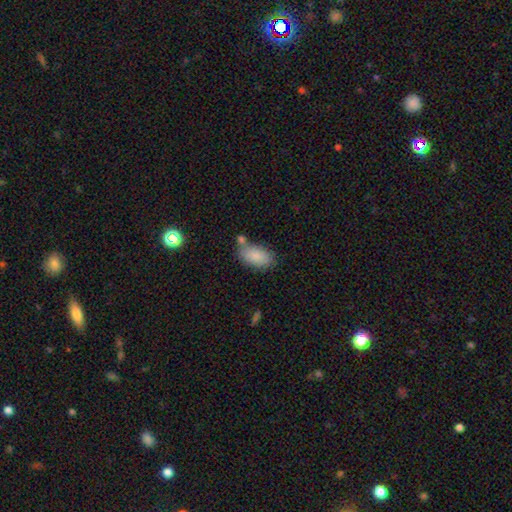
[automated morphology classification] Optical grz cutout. It shows a smooth galaxy with no disk features (85%) that is in between round and cigar-shaped (93%). Merging: none (61%).